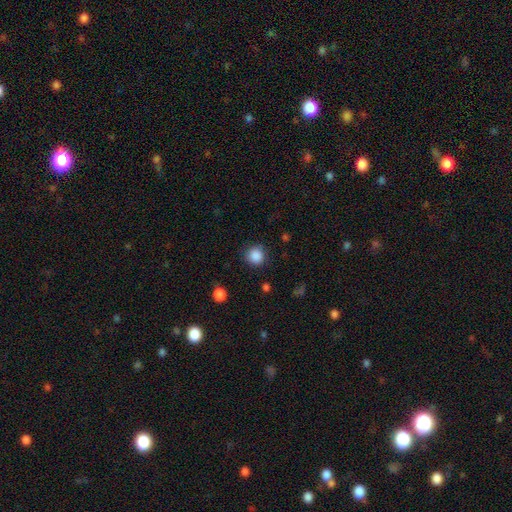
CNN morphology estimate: Q: Smooth or featured?
A: smooth (87%); runner-up: star or artifact (10%)
Q: How rounded?
A: round (92%); runner-up: in between (7%)
Q: Merging?
A: none (87%); runner-up: minor disturbance (9%)